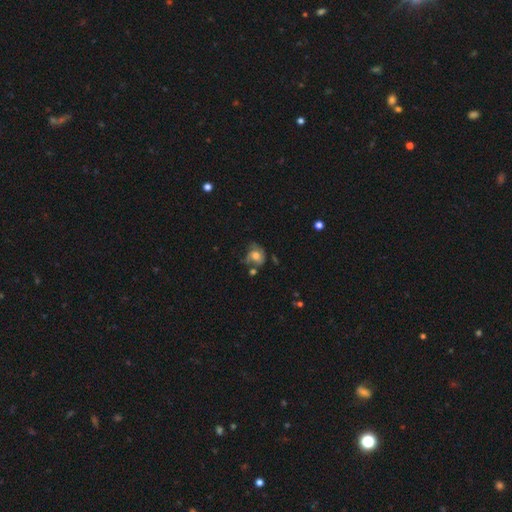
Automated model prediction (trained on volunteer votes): Q: Smooth or featured?
A: smooth (47%); runner-up: featured or disk (43%)
Q: Merging?
A: none (36%); runner-up: minor disturbance (26%)